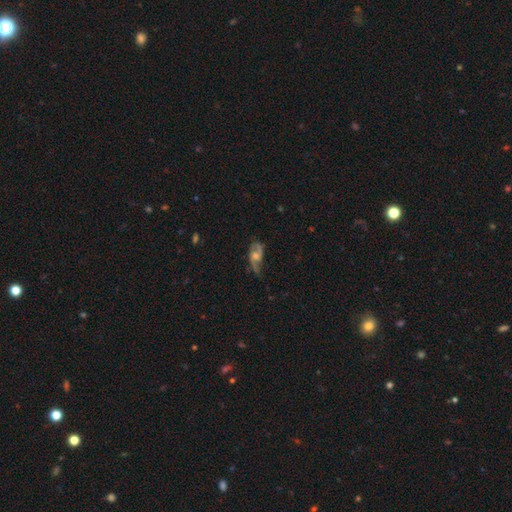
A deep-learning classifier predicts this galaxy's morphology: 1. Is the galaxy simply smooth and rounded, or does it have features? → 72% featured or disk, 18% smooth, 10% star or artifact.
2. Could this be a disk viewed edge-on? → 91% no, 9% yes.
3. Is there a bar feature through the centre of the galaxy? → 64% no, 29% weak, 7% strong.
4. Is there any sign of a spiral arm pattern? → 86% yes, 14% no.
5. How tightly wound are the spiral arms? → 48% loose, 38% medium, 14% tight.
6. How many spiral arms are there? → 79% 2, 9% can't tell, 6% 1, 3% 3, 1% 4, 1% more than 4.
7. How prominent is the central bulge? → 55% moderate, 29% small, 9% large, 6% none, 1% dominant.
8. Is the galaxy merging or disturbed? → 54% none, 25% minor disturbance, 19% major disturbance, 2% merger.